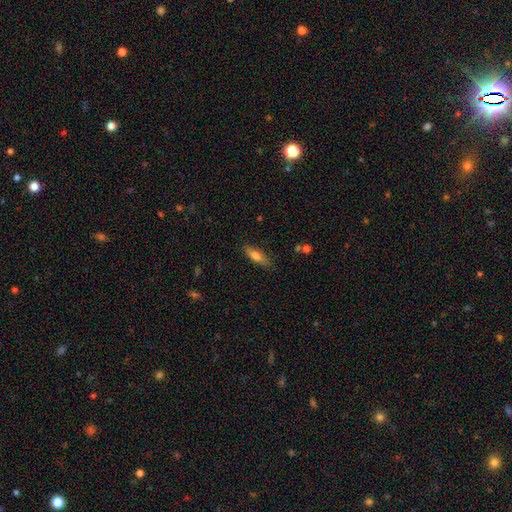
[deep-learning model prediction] A smooth galaxy with no disk features (72%) that is in between round and cigar-shaped (51%). Merging: none (83%).